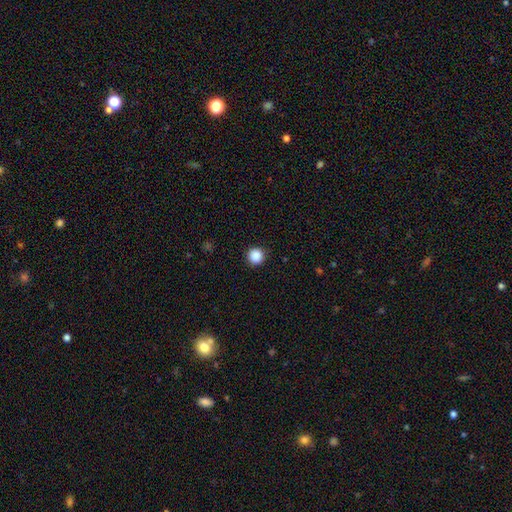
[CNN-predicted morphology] A smooth galaxy with no disk features (88%) that is round (96%). Merging: none (91%).